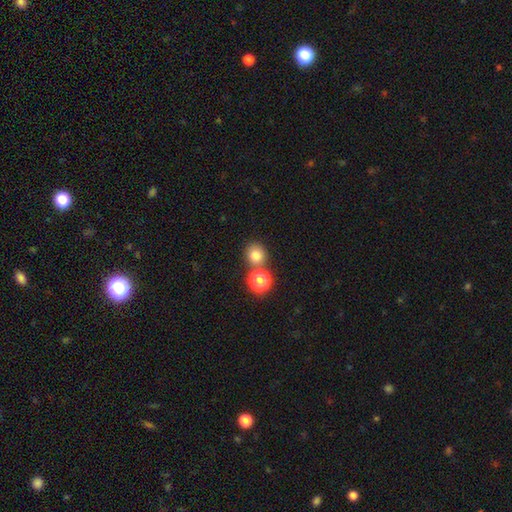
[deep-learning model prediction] This appears to be a smooth galaxy with no disk features (77%) that is round (83%). Merging: none (67%).